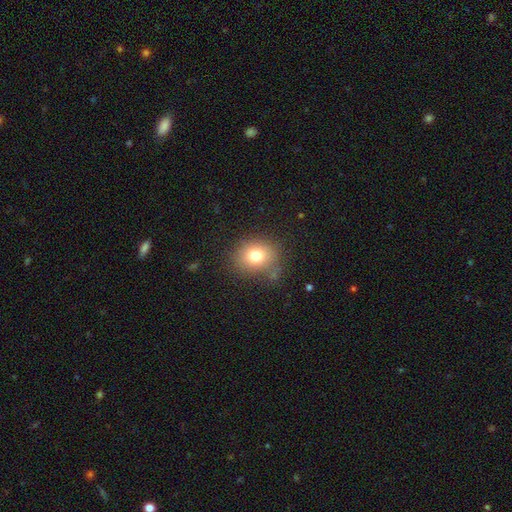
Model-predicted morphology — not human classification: The model was most divided on "how rounded": round: 66%, in between: 34%, cigar-shaped: 1%. More confident: smooth or featured — smooth (76%); merging — none (73%).